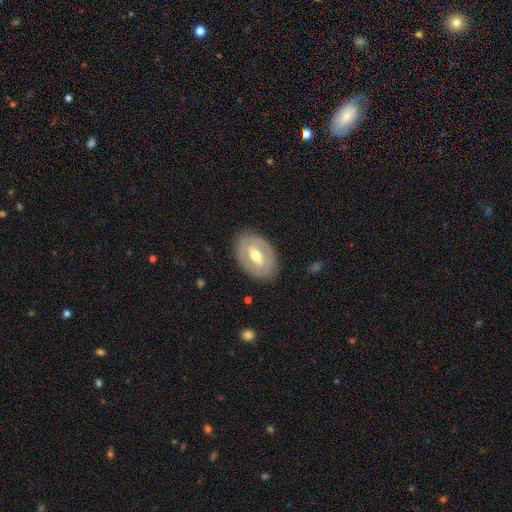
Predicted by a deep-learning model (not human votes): Smooth or featured? featured or disk (61%)
Edge-on disk? no (91%)
Bar? weak (41%)
Spiral arms? no (71%)
Bulge size? moderate (70%)
Merging? none (84%)